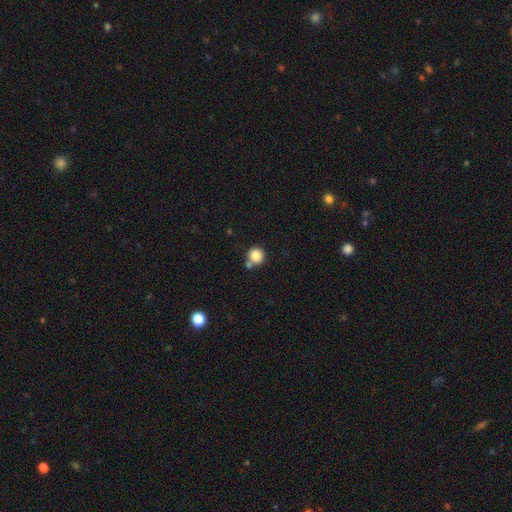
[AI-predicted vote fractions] smooth-or-featured: smooth: 85% | star or artifact: 10% | featured or disk: 5%
  how-rounded: round: 93% | in between: 6% | cigar-shaped: 1%
  merging: none: 69% | merger: 19% | minor disturbance: 10% | major disturbance: 3%